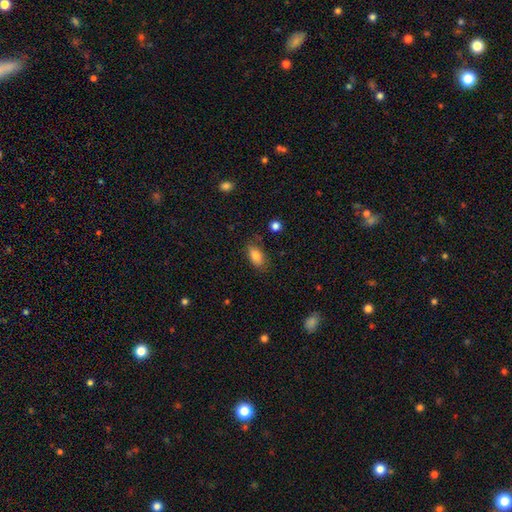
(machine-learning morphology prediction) A smooth galaxy with no disk features (84%) that is in between round and cigar-shaped (90%). Merging: none (77%).